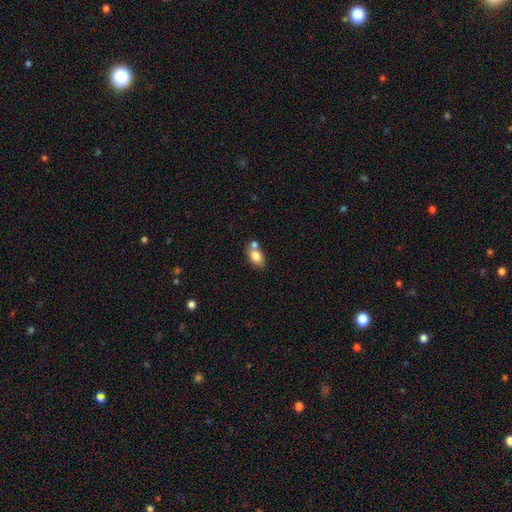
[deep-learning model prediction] A smooth galaxy with no disk features (79%) that is in between round and cigar-shaped (83%). Merging: none (49%).